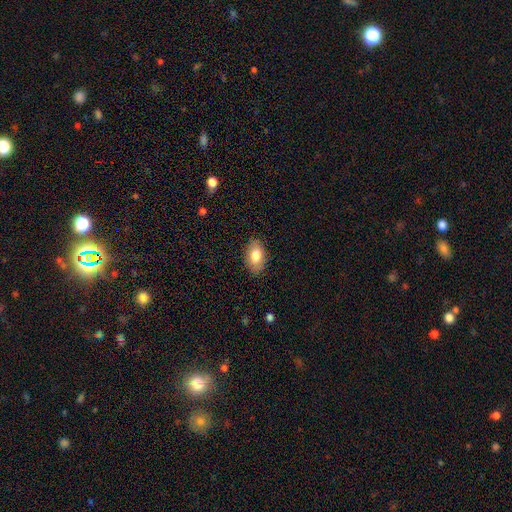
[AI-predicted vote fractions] Smooth or featured: smooth — 81% (featured or disk — 12%)
How rounded: in between — 92% (round — 6%)
Merging: none — 85% (minor disturbance — 11%)